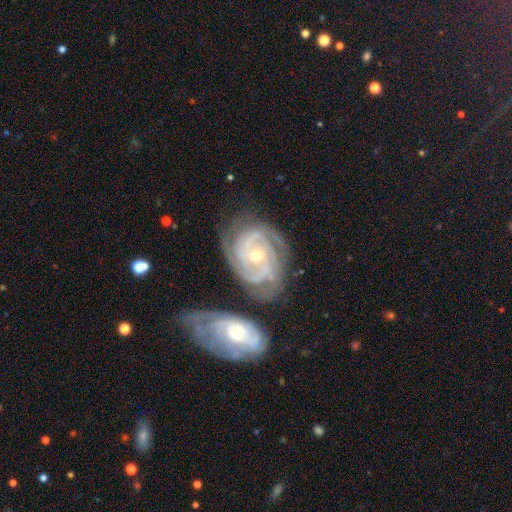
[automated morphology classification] smooth_or_featured: featured or disk (p=0.91) [alt: star or artifact p=0.04]
disk_edge_on: no (p=0.97) [alt: yes p=0.03]
bar: no (p=0.65) [alt: weak p=0.25]
has_spiral_arms: yes (p=0.98) [alt: no p=0.02]
spiral_winding: tight (p=0.72) [alt: medium p=0.25]
spiral_arm_count: 3 (p=0.41) [alt: 2 p=0.24]
bulge_size: small (p=0.51) [alt: moderate p=0.46]
merging: none (p=0.56) [alt: merger p=0.19]